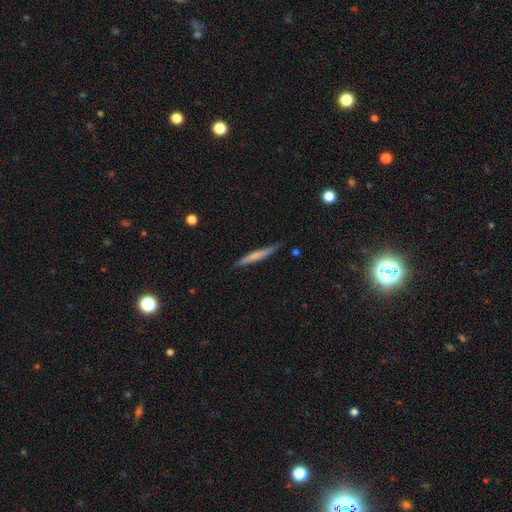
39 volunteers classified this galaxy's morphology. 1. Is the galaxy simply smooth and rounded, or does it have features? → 67% smooth, 31% featured or disk, 3% star or artifact.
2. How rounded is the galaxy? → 100% cigar-shaped, 0% round, 0% in between.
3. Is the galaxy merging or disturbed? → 87% none, 13% minor disturbance, 0% major disturbance, 0% merger.